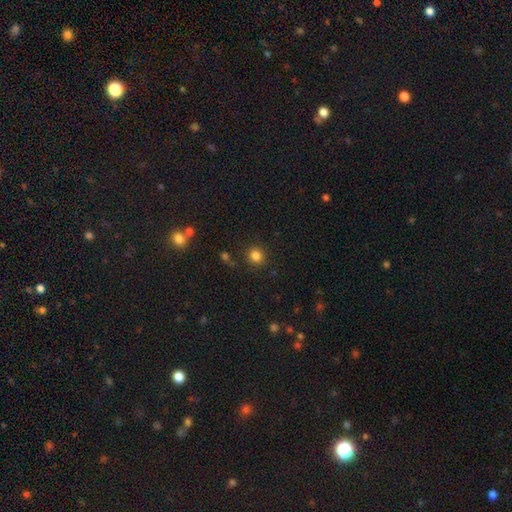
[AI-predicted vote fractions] A smooth galaxy with no disk features (82%) that is round (90%). Merging: none (88%).